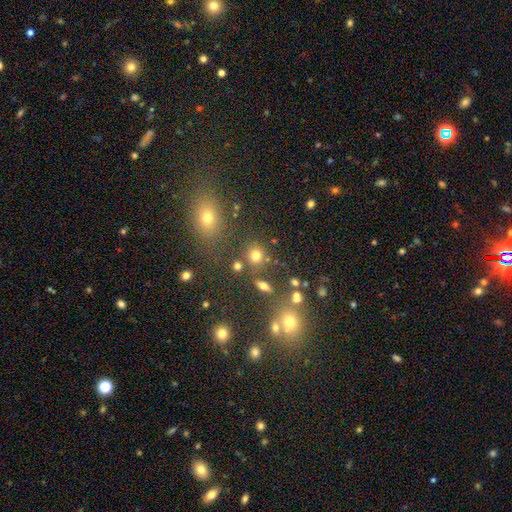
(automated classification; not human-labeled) This appears to be a smooth galaxy with no disk features (73%) that is round (82%). Merging: none (76%).